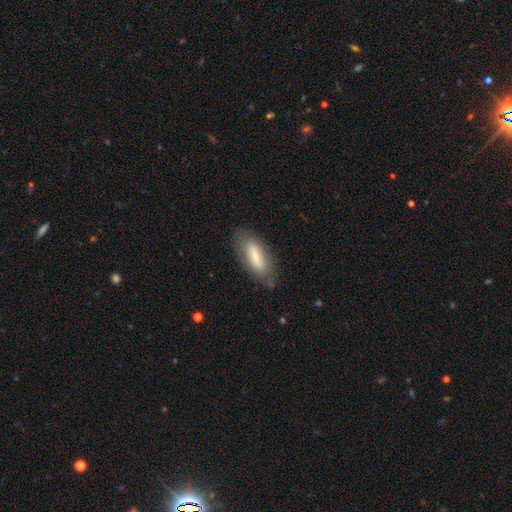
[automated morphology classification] The model was most divided on "how rounded": in between: 69%, cigar-shaped: 29%, round: 2%. More confident: merging — none (77%); smooth or featured — smooth (68%).